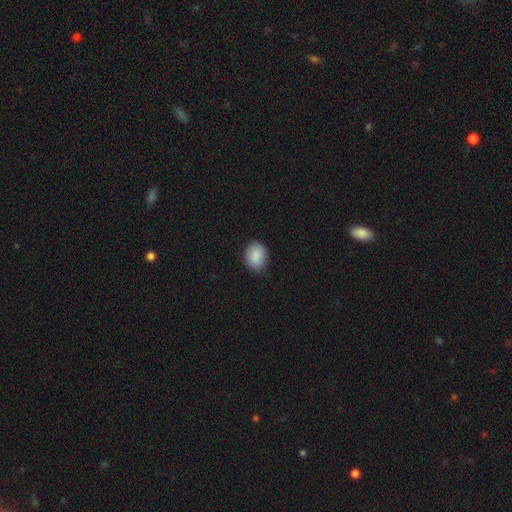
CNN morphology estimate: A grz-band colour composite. It shows a smooth galaxy with no disk features (89%) that is in between round and cigar-shaped (57%). Merging: none (74%).